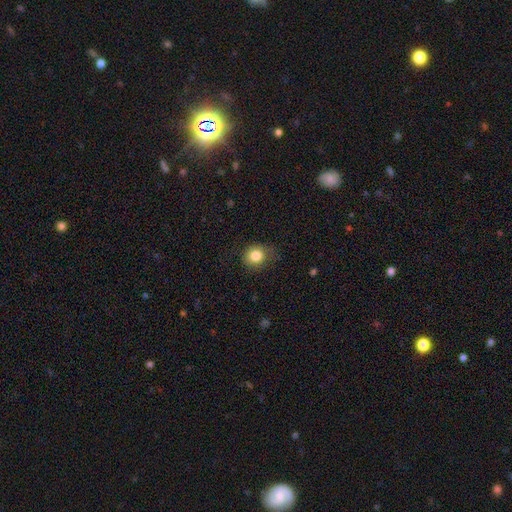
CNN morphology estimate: A smooth galaxy with no disk features (82%) that is round (80%). Merging: none (73%).